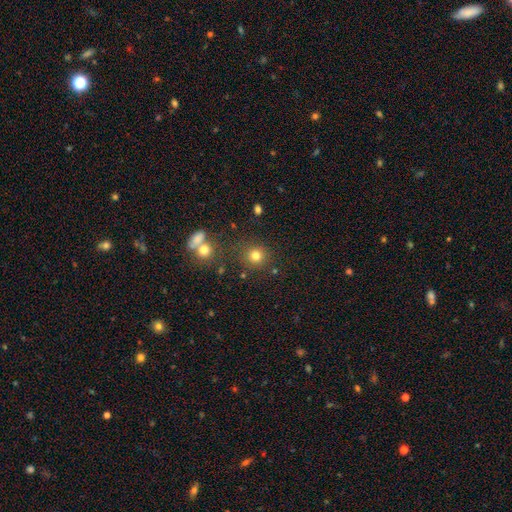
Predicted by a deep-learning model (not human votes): This appears to be a smooth galaxy with no disk features (77%) that is round (91%). Merging: none (82%).